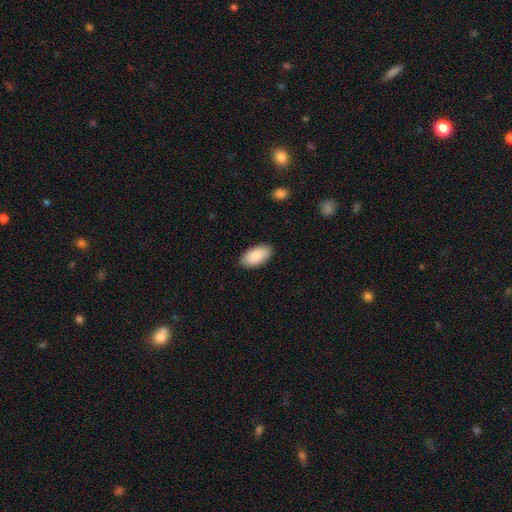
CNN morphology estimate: type=smooth (88%); roundness=in between (95%); merging=none (87%).